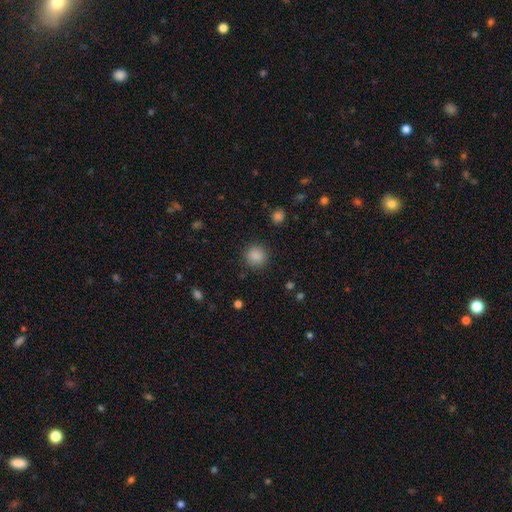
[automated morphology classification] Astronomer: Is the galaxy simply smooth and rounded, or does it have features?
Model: smooth — 86%.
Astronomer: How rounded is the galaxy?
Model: round — 92%.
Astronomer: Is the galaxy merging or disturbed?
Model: none — 90%.